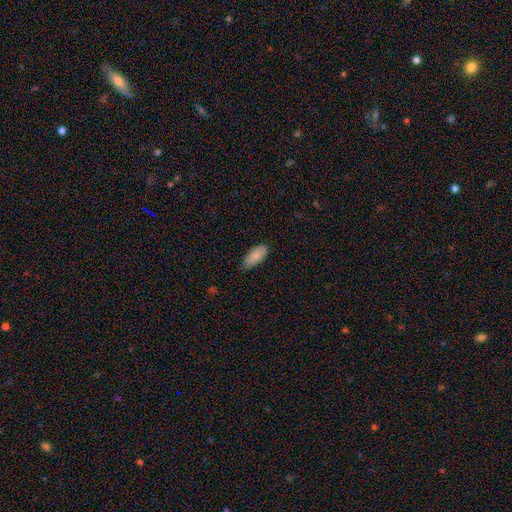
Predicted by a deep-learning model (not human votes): smooth-or-featured: smooth: 86% | featured or disk: 8% | star or artifact: 6%
  how-rounded: in between: 87% | cigar-shaped: 11% | round: 2%
  merging: none: 79% | minor disturbance: 18% | major disturbance: 2% | merger: 1%